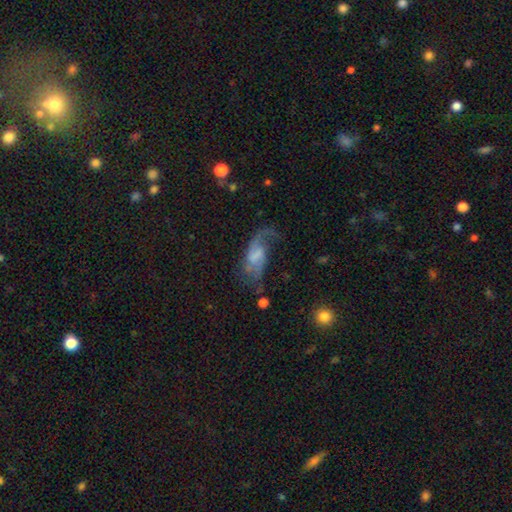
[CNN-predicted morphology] smooth-or-featured: featured or disk: 73% | smooth: 19% | star or artifact: 8%
  disk-edge-on: no: 95% | yes: 5%
    bar: weak: 47% | no: 37% | strong: 16%
    has-spiral-arms: yes: 88% | no: 12%
      spiral-winding: loose: 65% | medium: 27% | tight: 7%
      spiral-arm-count: 2: 59% | 1: 32% | can't tell: 6% | 3: 1% | 4: 1% | more than 4: 1%
    bulge-size: none: 46% | small: 24% | moderate: 19% | large: 8% | dominant: 2%
  merging: none: 40% | major disturbance: 34% | minor disturbance: 21% | merger: 4%